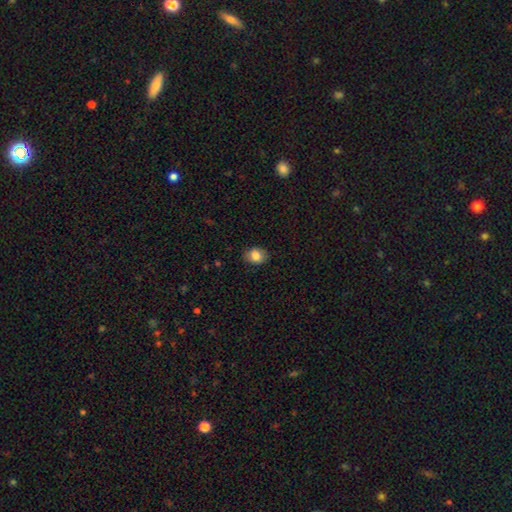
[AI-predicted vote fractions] Q: Smooth or featured?
A: smooth (83%); runner-up: star or artifact (9%)
Q: How rounded?
A: in between (58%); runner-up: round (41%)
Q: Merging?
A: none (84%); runner-up: minor disturbance (12%)